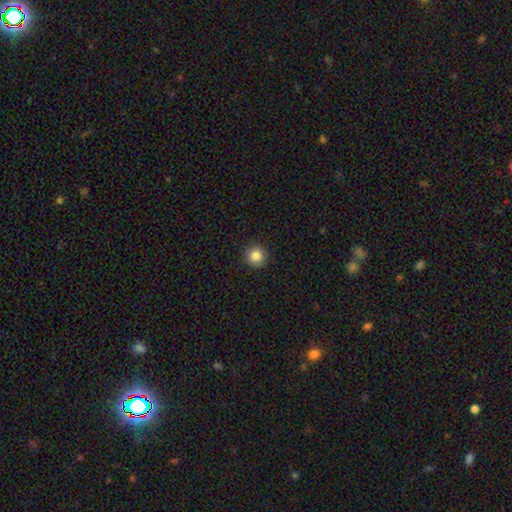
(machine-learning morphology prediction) A smooth galaxy with no disk features (85%) that is round (96%).

Vote fractions:
- Smooth or featured? smooth: 85% / star or artifact: 10% / featured or disk: 5%
- How rounded? round: 96% / in between: 4% / cigar-shaped: 1%
- Merging? none: 92% / minor disturbance: 5% / major disturbance: 2% / merger: 1%